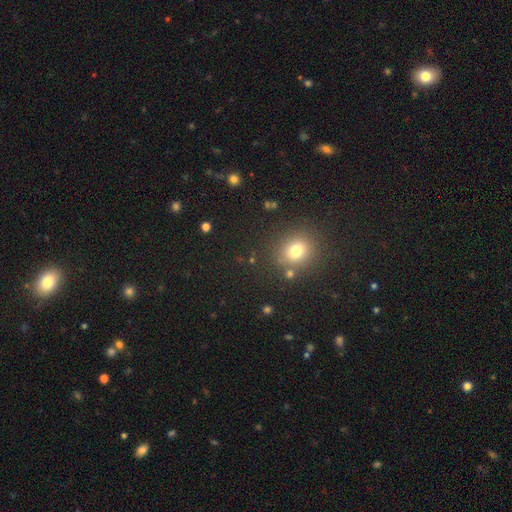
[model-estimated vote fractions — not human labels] Morphology: type=smooth (58%); roundness=round (90%); merging=none (87%).